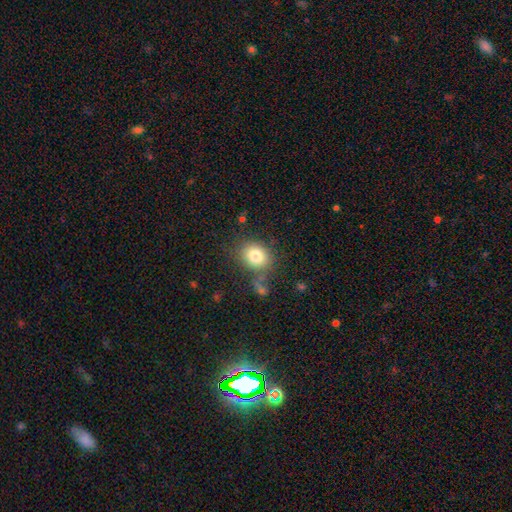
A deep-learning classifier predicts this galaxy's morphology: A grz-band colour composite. It shows a smooth galaxy with no disk features (81%) that is round (56%). Merging: none (69%).